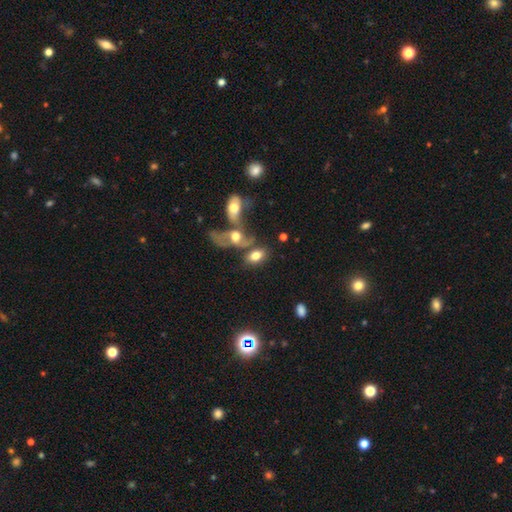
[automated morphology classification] A smooth galaxy with no disk features (70%) that is in between round and cigar-shaped (87%).

Vote fractions:
- Smooth or featured? smooth: 70% / featured or disk: 20% / star or artifact: 10%
- How rounded? in between: 87% / round: 10% / cigar-shaped: 3%
- Merging? merger: 44% / none: 33% / minor disturbance: 12% / major disturbance: 11%